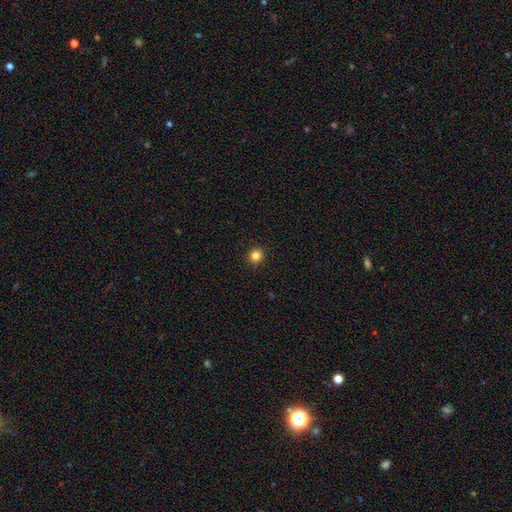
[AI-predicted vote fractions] smooth-or-featured: smooth: 83% | star or artifact: 13% | featured or disk: 4%
  how-rounded: round: 92% | in between: 7% | cigar-shaped: 1%
  merging: none: 93% | minor disturbance: 4% | major disturbance: 1% | merger: 1%